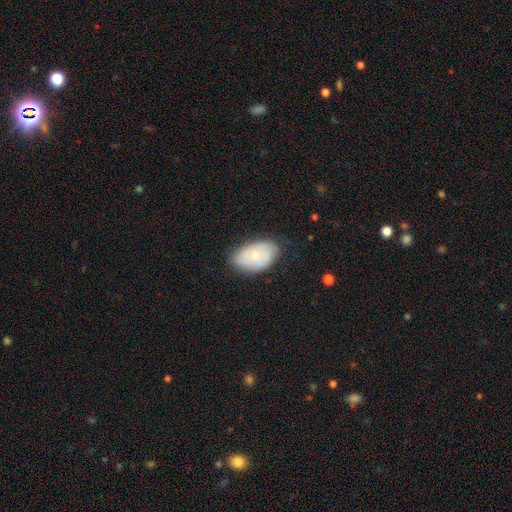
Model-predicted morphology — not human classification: This is possibly a smooth galaxy (54%). How rounded: clearly in between (91%). Merging: likely none (70%).